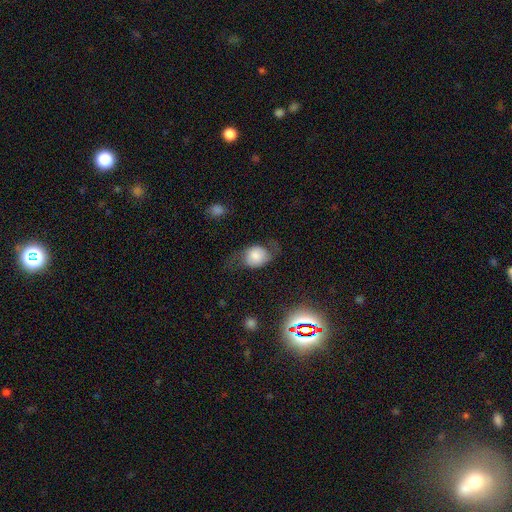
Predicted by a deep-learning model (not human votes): This is likely a smooth galaxy (63%). How rounded: possibly in between (52%). Merging: possibly none (53%).